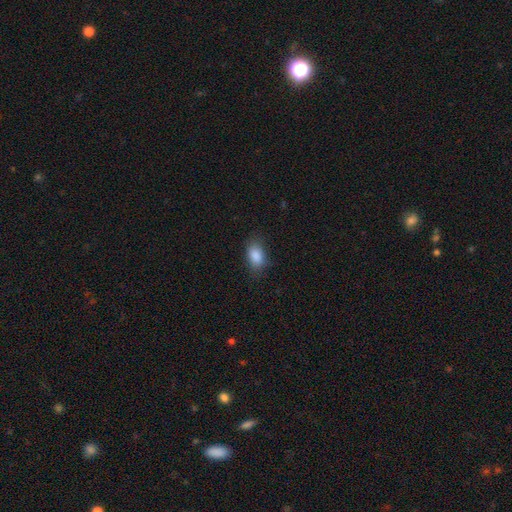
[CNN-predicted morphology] type=smooth (87%); roundness=in between (89%); merging=none (75%).